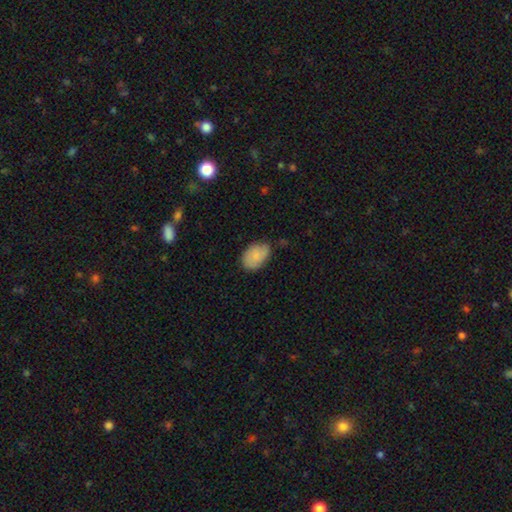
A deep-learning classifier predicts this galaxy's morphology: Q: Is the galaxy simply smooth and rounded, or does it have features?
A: smooth — 81%.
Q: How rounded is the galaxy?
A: in between — 87%.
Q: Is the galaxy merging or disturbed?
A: none — 67%.